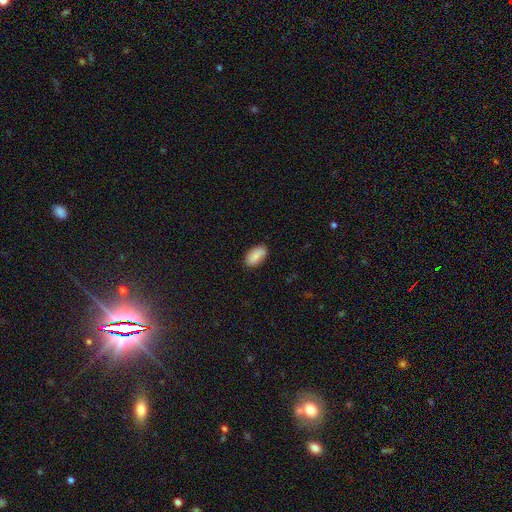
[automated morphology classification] The model was most divided on "merging": none: 87%, minor disturbance: 10%, major disturbance: 2%, merger: 1%. More confident: how rounded — in between (93%); smooth or featured — smooth (88%).